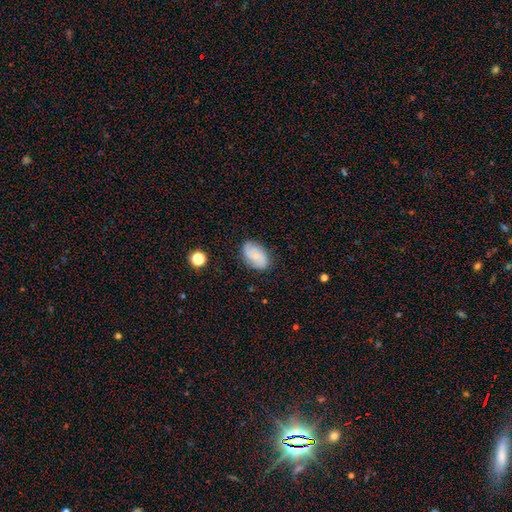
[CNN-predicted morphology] The model was most divided on "smooth or featured": smooth: 52%, featured or disk: 39%, star or artifact: 9%. More confident: how rounded — in between (90%); merging — none (80%).